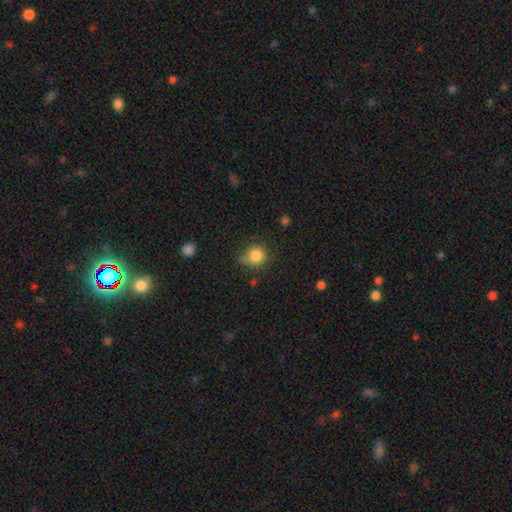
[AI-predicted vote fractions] smooth 84%, star or artifact 11%, featured or disk 6%. Down the decision tree: how rounded — round (85%); merging — none (62%).